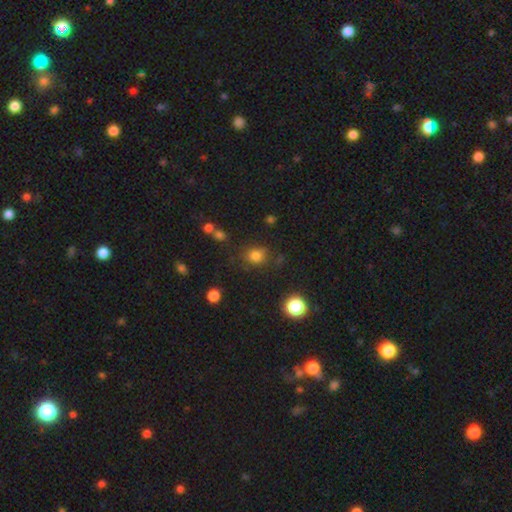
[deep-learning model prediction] smooth_or_featured: smooth (p=0.78) [alt: star or artifact p=0.16]
how_rounded: round (p=0.72) [alt: in between p=0.27]
merging: none (p=0.72) [alt: minor disturbance p=0.16]